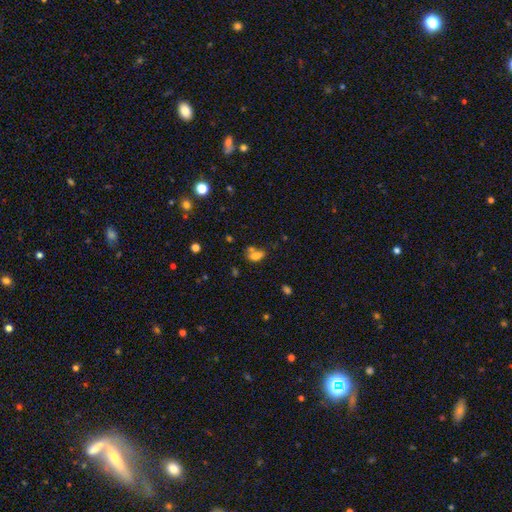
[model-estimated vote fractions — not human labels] smooth_or_featured: smooth (p=0.73) [alt: featured or disk p=0.14]
how_rounded: in between (p=0.82) [alt: round p=0.14]
merging: none (p=0.37) [tied with: merger p=0.37]